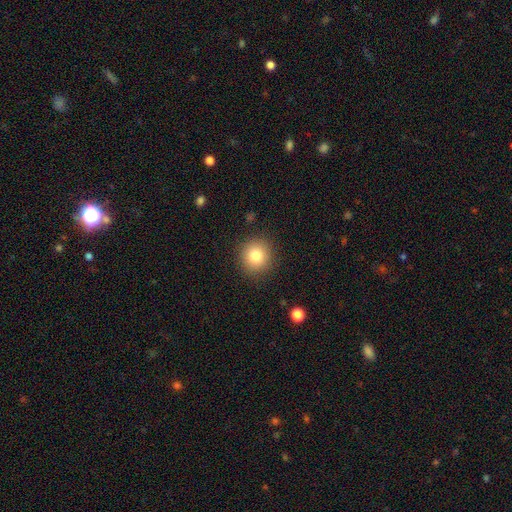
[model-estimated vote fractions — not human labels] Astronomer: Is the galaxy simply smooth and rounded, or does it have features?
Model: smooth — 81%.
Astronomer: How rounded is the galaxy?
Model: round — 91%.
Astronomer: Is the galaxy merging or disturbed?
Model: none — 89%.